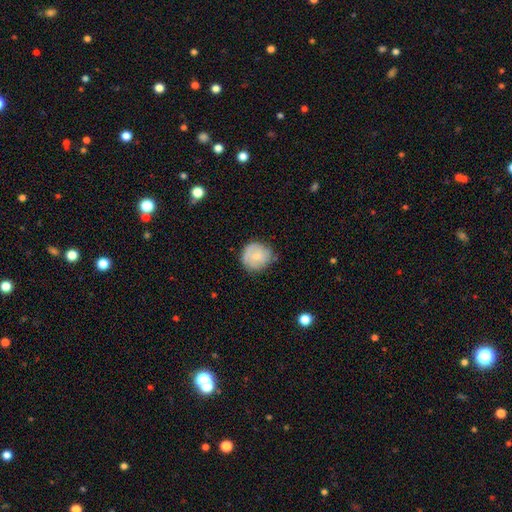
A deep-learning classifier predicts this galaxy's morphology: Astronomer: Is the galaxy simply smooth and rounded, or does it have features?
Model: smooth — 60%.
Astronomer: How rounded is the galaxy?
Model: round — 91%.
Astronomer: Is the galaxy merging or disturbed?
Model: none — 70%.